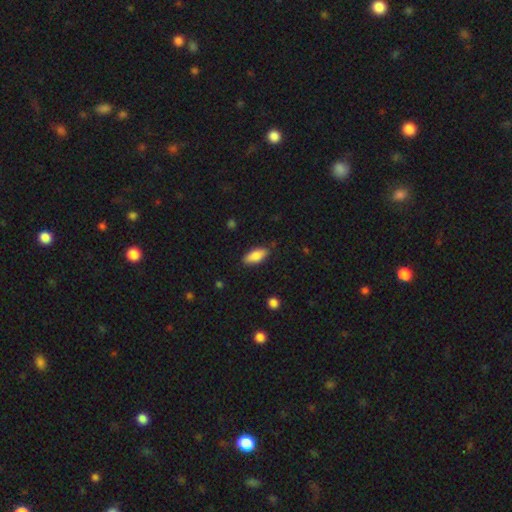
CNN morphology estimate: A smooth galaxy with no disk features (82%) that is in between round and cigar-shaped (78%). Merging: none (86%).